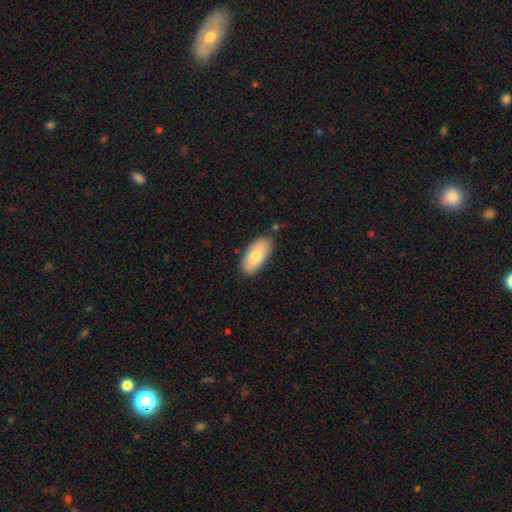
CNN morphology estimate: smooth_or_featured: smooth (p=0.78) [alt: featured or disk p=0.16]
how_rounded: in between (p=0.92) [alt: cigar-shaped p=0.06]
merging: none (p=0.83) [alt: minor disturbance p=0.13]